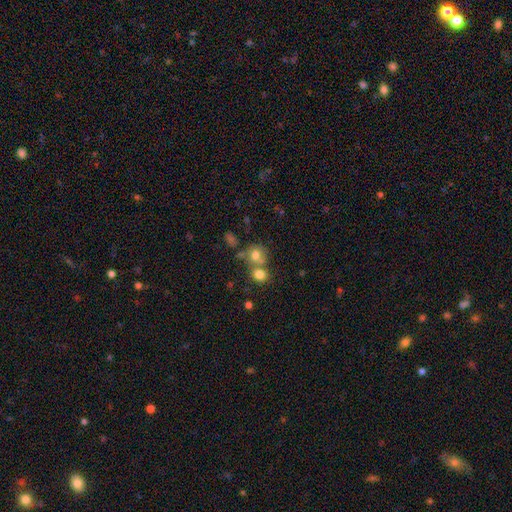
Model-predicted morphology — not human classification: The model was most divided on "merging": none: 45%, merger: 40%, minor disturbance: 10%, major disturbance: 5%. More confident: how rounded — round (77%); smooth or featured — smooth (73%).